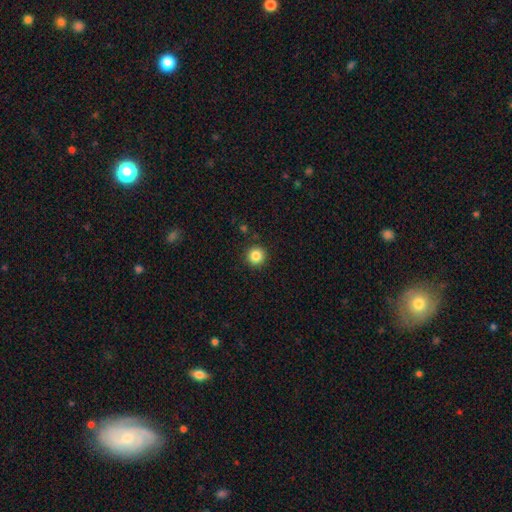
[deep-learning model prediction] A smooth galaxy with no disk features (85%) that is round (95%).

Vote fractions:
- Smooth or featured? smooth: 85% / star or artifact: 11% / featured or disk: 4%
- How rounded? round: 95% / in between: 4% / cigar-shaped: 1%
- Merging? none: 91% / minor disturbance: 6% / major disturbance: 2% / merger: 1%